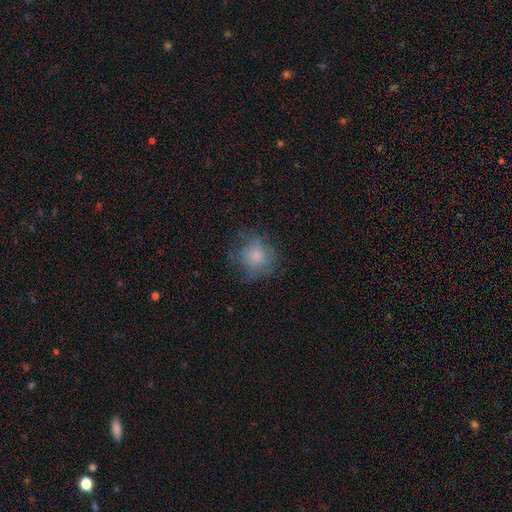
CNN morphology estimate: This is likely a smooth galaxy (68%). How rounded: clearly round (82%). Merging: likely none (60%).